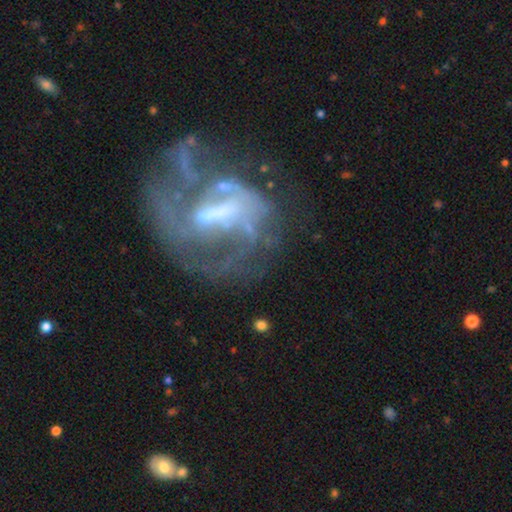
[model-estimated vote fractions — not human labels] Smooth or featured: featured or disk — 77% (star or artifact — 13%)
Edge-on disk: no — 96% (yes — 4%)
Bar: weak — 43% (strong — 30%)
Spiral arms: yes — 67% (no — 33%)
Bulge size: moderate — 37% (small — 31%)
Merging: none — 40% (major disturbance — 34%)